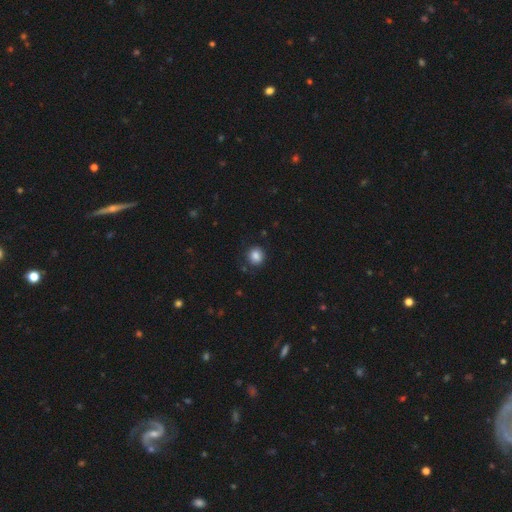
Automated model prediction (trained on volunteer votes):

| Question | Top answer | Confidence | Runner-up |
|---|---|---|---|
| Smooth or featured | smooth | 85% | star or artifact (10%) |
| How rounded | round | 88% | in between (11%) |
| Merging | none | 86% | minor disturbance (10%) |